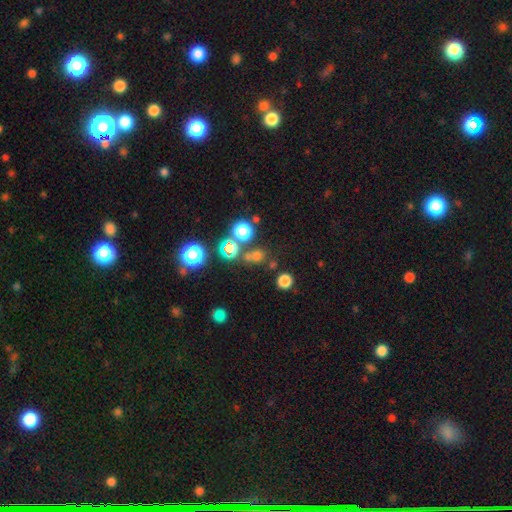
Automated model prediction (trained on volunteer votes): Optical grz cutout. It shows a smooth galaxy with no disk features (61%) that is round (84%). Merging: none (66%).